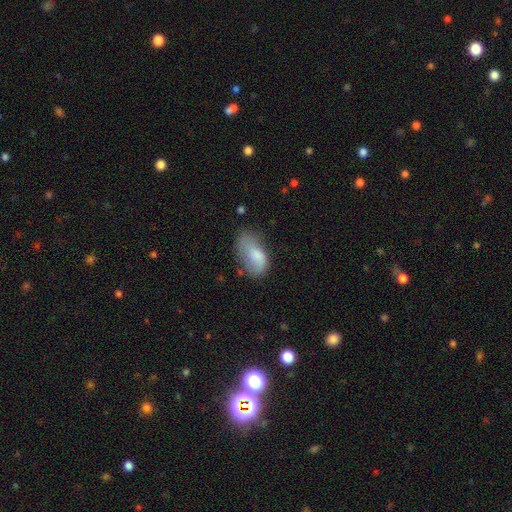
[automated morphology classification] The model was most divided on "merging": none: 41%, minor disturbance: 35%, major disturbance: 21%, merger: 4%. More confident: how rounded — in between (92%); smooth or featured — smooth (70%).